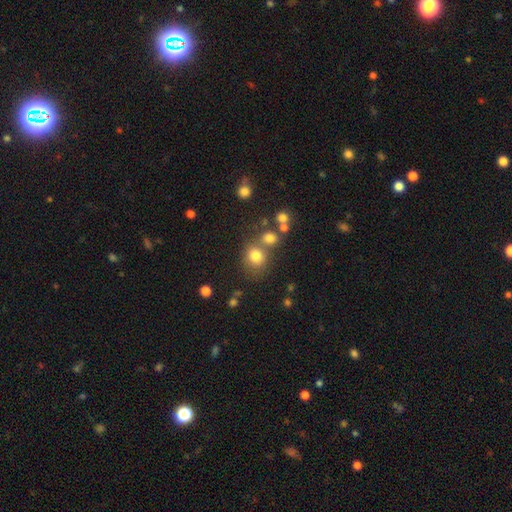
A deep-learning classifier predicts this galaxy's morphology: smooth_or_featured: smooth (p=0.77) [alt: star or artifact p=0.15]
how_rounded: round (p=0.79) [alt: in between p=0.20]
merging: none (p=0.60) [alt: merger p=0.24]